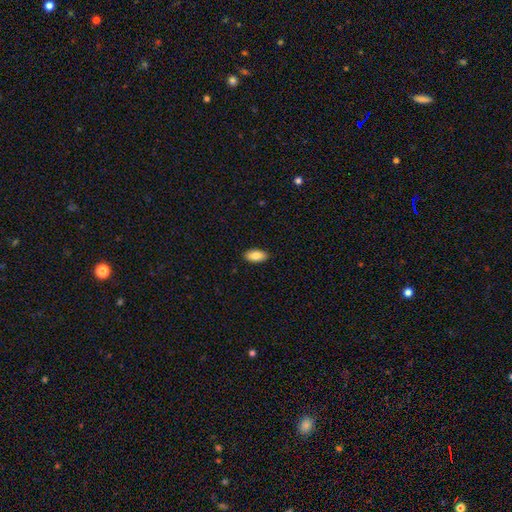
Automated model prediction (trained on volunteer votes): smooth 86%, featured or disk 7%, star or artifact 7%. Down the decision tree: how rounded — in between (93%); merging — none (89%).